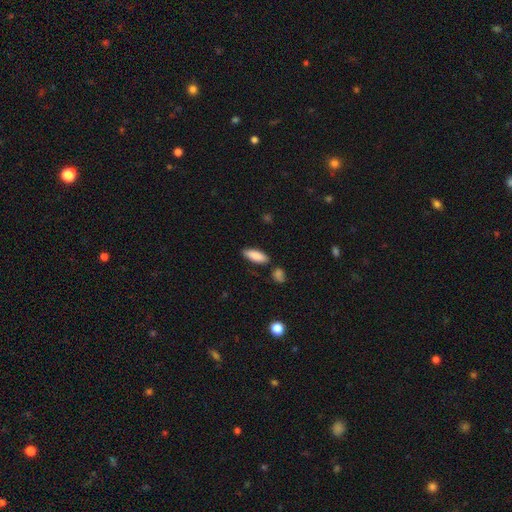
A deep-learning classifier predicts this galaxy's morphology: Smooth or featured?
  - smooth: 87% *
  - featured or disk: 8%
  - star or artifact: 6%
How rounded?
  - in between: 69% *
  - cigar-shaped: 29%
  - round: 2%
Merging?
  - none: 81% *
  - minor disturbance: 12%
  - merger: 5%
  - major disturbance: 3%